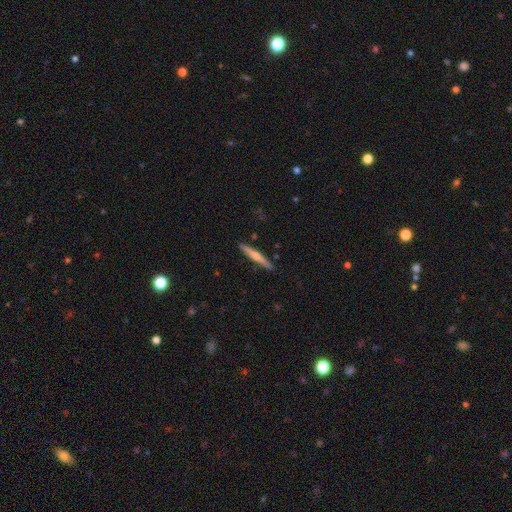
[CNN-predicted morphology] Smooth or featured: featured or disk — 49% (smooth — 46%)
Merging: none — 90% (minor disturbance — 7%)